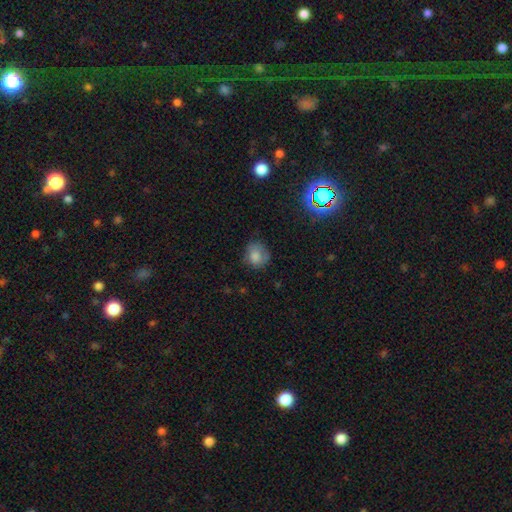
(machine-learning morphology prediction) Smooth or featured?
  - smooth: 77% *
  - featured or disk: 12%
  - star or artifact: 11%
How rounded?
  - round: 75% *
  - in between: 24%
  - cigar-shaped: 1%
Merging?
  - none: 65% *
  - minor disturbance: 25%
  - major disturbance: 9%
  - merger: 2%